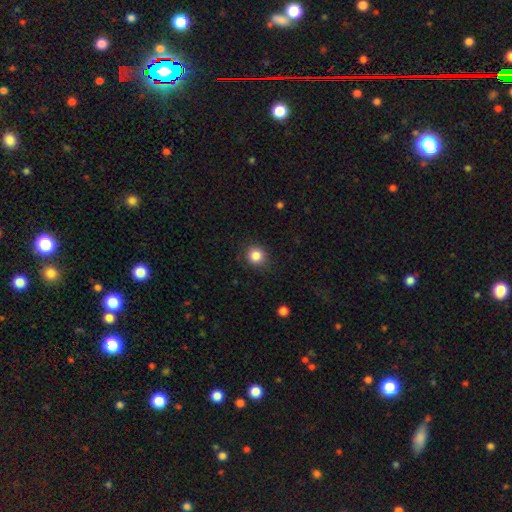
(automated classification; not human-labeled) Q: Smooth or featured?
A: smooth (84%); runner-up: star or artifact (11%)
Q: How rounded?
A: round (89%); runner-up: in between (10%)
Q: Merging?
A: none (89%); runner-up: minor disturbance (7%)